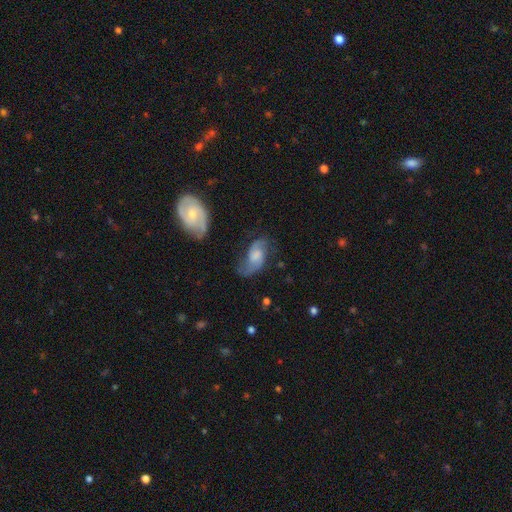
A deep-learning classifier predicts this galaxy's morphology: Smooth or featured? featured or disk (71%)
Edge-on disk? no (96%)
Bar? no (50%)
Spiral arms? yes (93%)
Spiral winding? loose (43%, tied with medium)
Spiral arm count? 2 (87%)
Bulge size? none (30%)
Merging? none (61%)